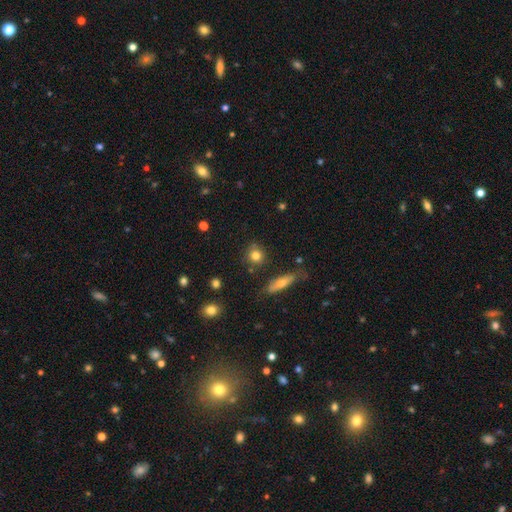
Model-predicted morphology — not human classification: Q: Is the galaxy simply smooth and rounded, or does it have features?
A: smooth — 79%.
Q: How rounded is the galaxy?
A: round — 84%.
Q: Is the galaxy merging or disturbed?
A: none — 80%.